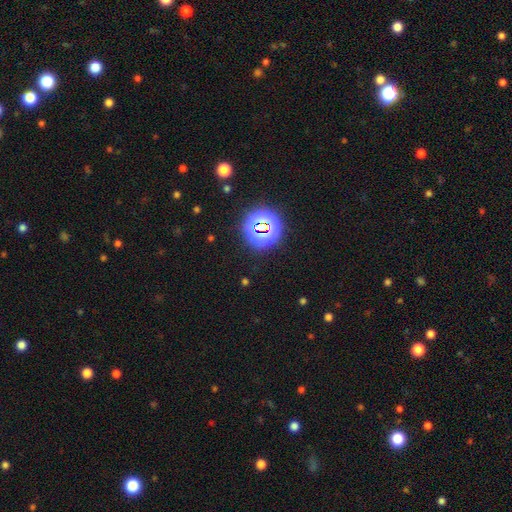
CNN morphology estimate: Q: Smooth or featured?
A: star or artifact (79%); runner-up: smooth (14%)